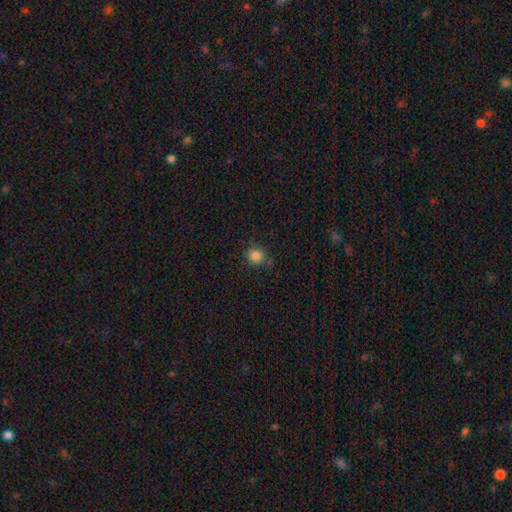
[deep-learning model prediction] Morphology: type=smooth (83%); roundness=round (86%); merging=none (80%).